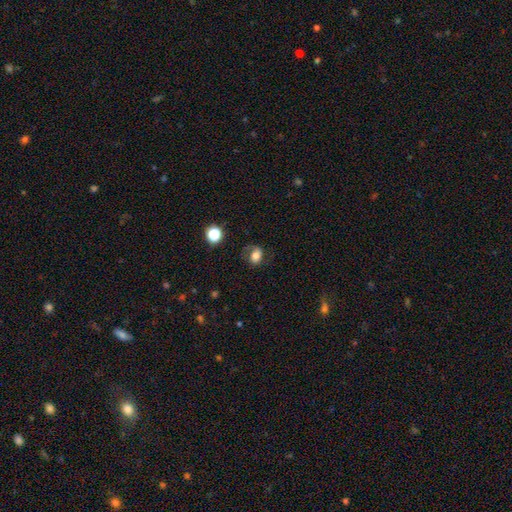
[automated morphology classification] A smooth galaxy with no disk features (62%) that is in between round and cigar-shaped (58%).

Vote fractions:
- Smooth or featured? smooth: 62% / featured or disk: 26% / star or artifact: 12%
- How rounded? in between: 58% / round: 41% / cigar-shaped: 1%
- Merging? none: 61% / minor disturbance: 22% / major disturbance: 15% / merger: 2%